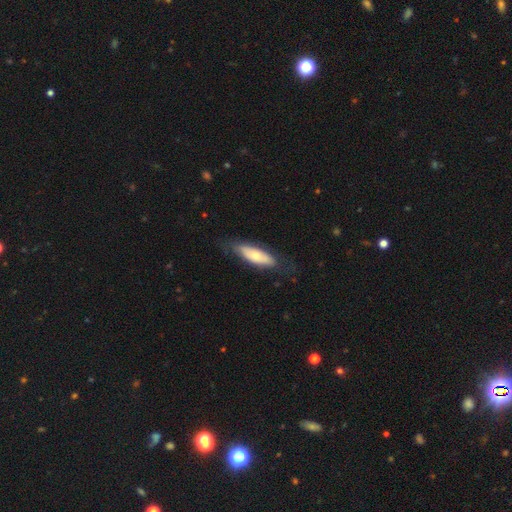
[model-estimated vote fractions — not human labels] This appears to be a smooth galaxy with no disk features (60%) that is in between round and cigar-shaped (60%). Merging: none (71%).